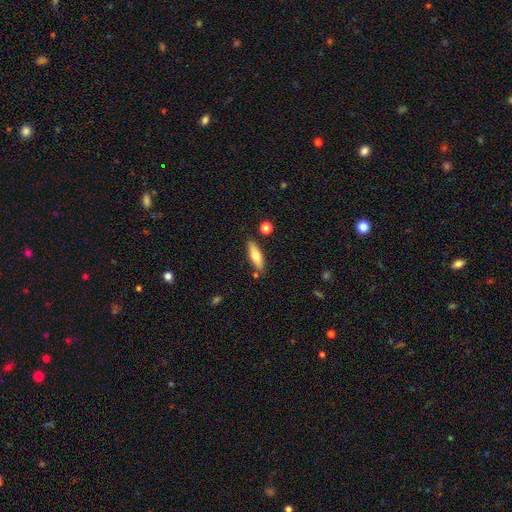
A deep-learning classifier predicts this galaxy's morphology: This appears to be a smooth galaxy with no disk features (63%) that is cigar-shaped (49%). Merging: none (82%).